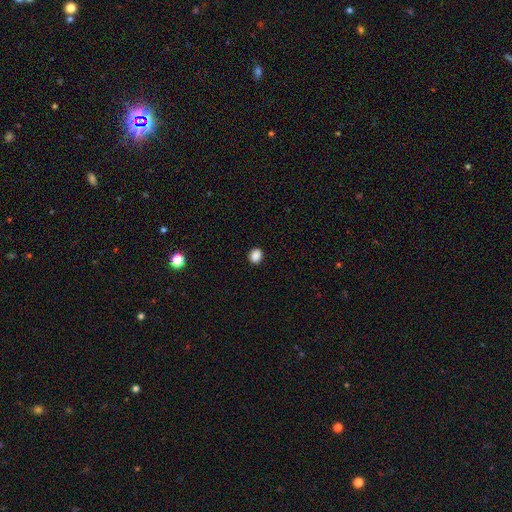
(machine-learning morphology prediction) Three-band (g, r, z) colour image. It shows a smooth galaxy with no disk features (87%) that is round (63%). Merging: none (91%).